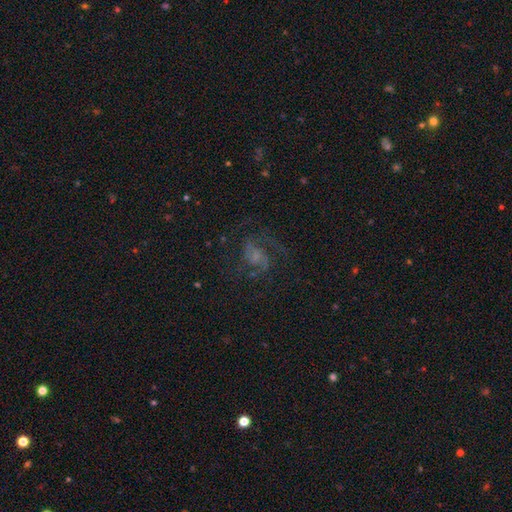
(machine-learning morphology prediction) Smooth or featured? featured or disk (75%)
Edge-on disk? no (98%)
Bar? no (52%)
Spiral arms? yes (92%)
Spiral winding? medium (54%)
Spiral arm count? 2 (69%)
Bulge size? small (44%)
Merging? none (62%)